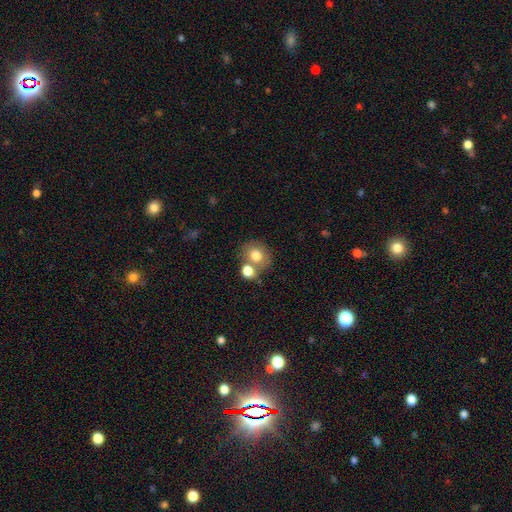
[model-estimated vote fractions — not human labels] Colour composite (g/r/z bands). It shows a smooth galaxy with no disk features (77%) that is round (70%). Merging: none (55%).